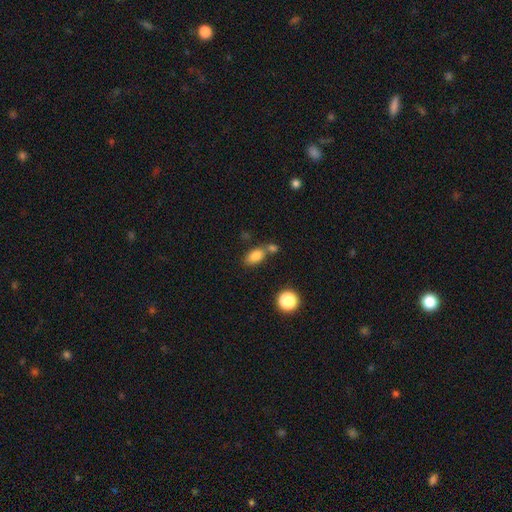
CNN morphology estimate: Smooth or featured? smooth (82%)
How rounded? in between (86%)
Merging? none (54%)